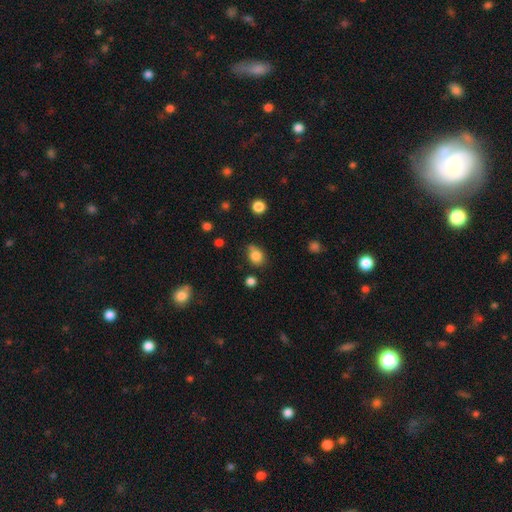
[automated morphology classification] Overall: smooth (83%). How rounded: in between (50%; round 48%). Merging: none (63%; minor disturbance 26%).